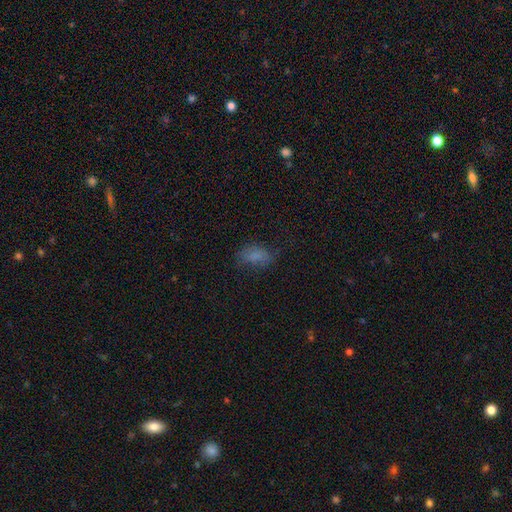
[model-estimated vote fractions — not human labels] The model was most divided on "merging": none: 58%, minor disturbance: 25%, major disturbance: 15%, merger: 2%. More confident: how rounded — in between (88%); smooth or featured — smooth (73%).